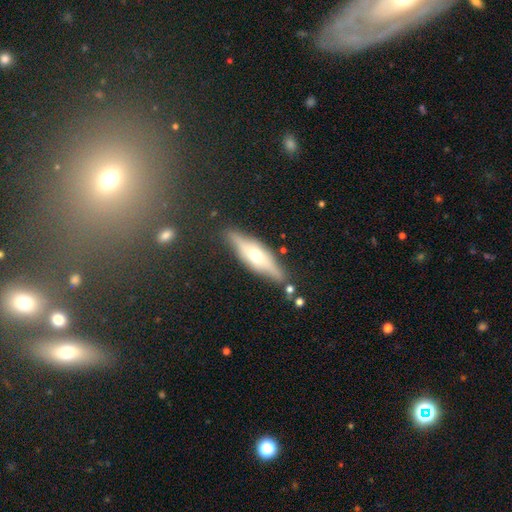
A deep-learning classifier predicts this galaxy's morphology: This appears to be a featured or disk galaxy (61%) viewed edge-on (87%) with a rounded central bulge (89%). Merging: none (78%).